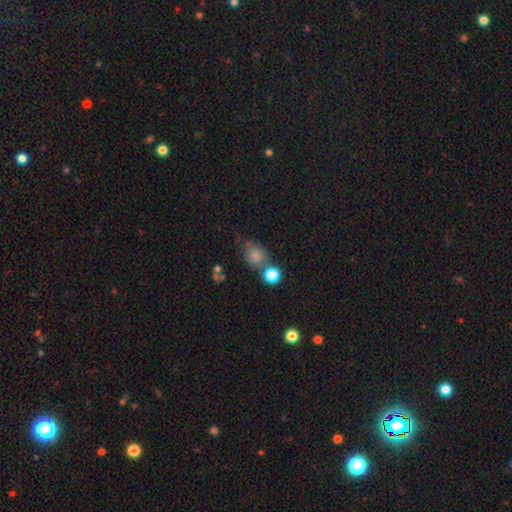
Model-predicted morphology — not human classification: Smooth or featured? Predicted: smooth (p=0.77). How rounded? Predicted: round (p=0.54). Merging? Predicted: none (p=0.51).